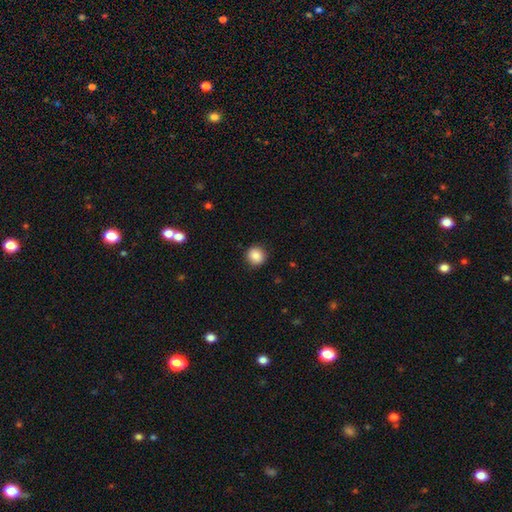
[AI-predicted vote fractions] Q: Smooth or featured?
A: smooth (87%); runner-up: star or artifact (9%)
Q: How rounded?
A: round (92%); runner-up: in between (7%)
Q: Merging?
A: none (90%); runner-up: minor disturbance (6%)